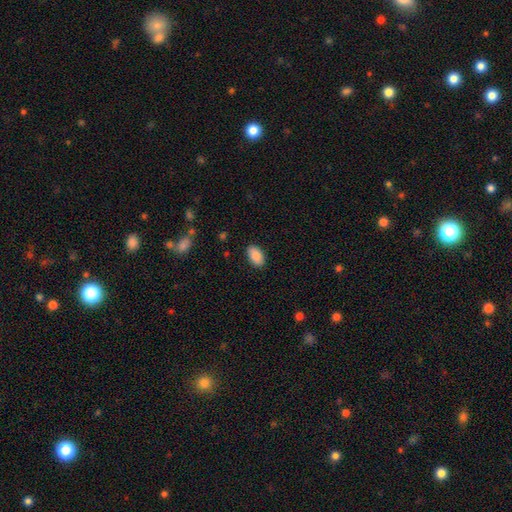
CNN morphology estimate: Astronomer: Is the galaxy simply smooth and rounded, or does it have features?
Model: smooth — 87%.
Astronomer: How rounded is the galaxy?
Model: in between — 94%.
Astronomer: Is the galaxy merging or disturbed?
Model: none — 87%.